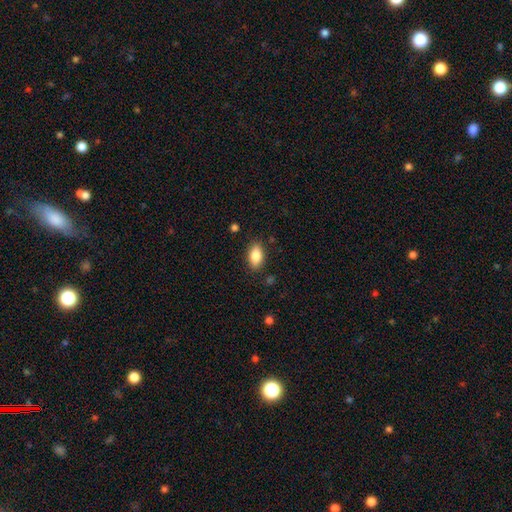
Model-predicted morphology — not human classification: Overall: smooth (85%). How rounded: in between (91%). Merging: none (86%).